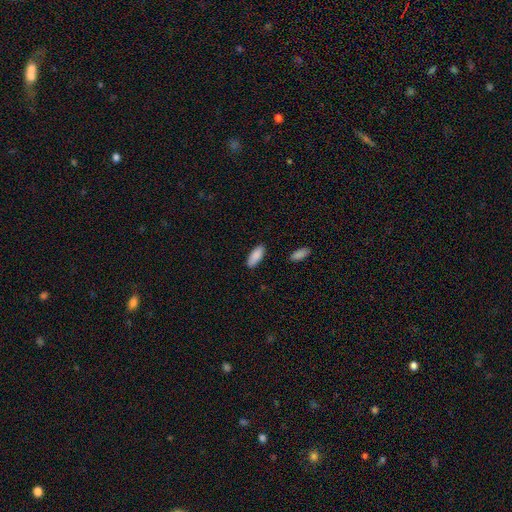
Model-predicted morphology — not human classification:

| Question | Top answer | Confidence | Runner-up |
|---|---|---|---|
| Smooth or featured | smooth | 89% | star or artifact (6%) |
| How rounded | in between | 82% | cigar-shaped (16%) |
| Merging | none | 86% | minor disturbance (10%) |